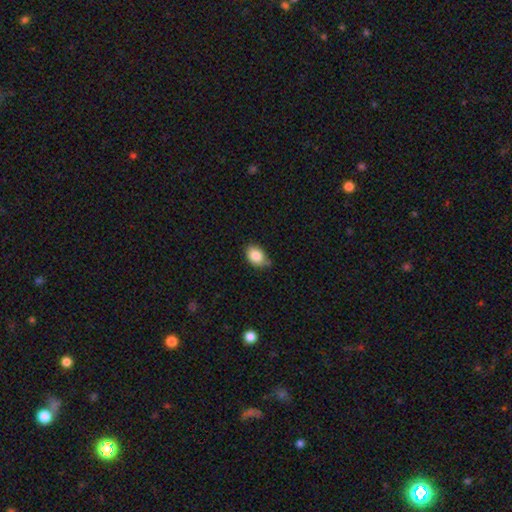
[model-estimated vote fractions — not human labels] smooth_or_featured: smooth (p=0.86) [alt: star or artifact p=0.08]
how_rounded: in between (p=0.78) [alt: round p=0.20]
merging: none (p=0.68) [alt: minor disturbance p=0.25]